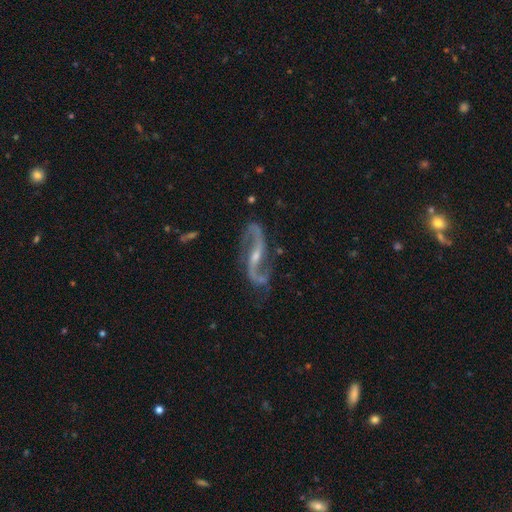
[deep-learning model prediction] featured or disk 93%, star or artifact 4%, smooth 3%. Down the decision tree: edge-on disk — no (95%); bar — weak (35%, tied with strong); spiral arms — yes (97%); spiral arm count — 2 (94%); spiral winding — loose (73%); bulge size — small (63%); merging — none (74%).